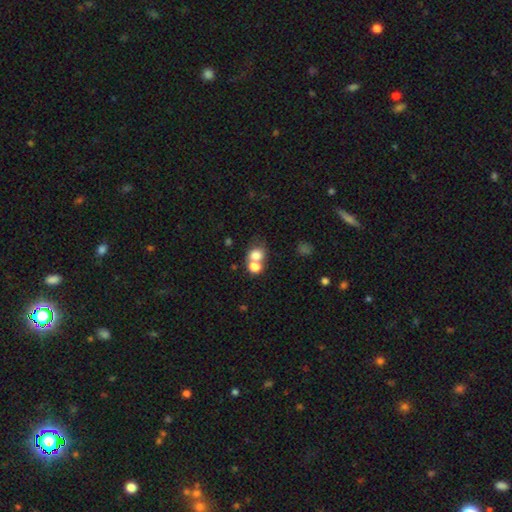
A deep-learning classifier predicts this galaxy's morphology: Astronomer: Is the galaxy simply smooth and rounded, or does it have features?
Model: smooth — 75%.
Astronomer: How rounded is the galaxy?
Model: round — 61% (runner-up: in between, 38%).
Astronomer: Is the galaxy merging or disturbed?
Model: merger — 53% (runner-up: none, 34%).